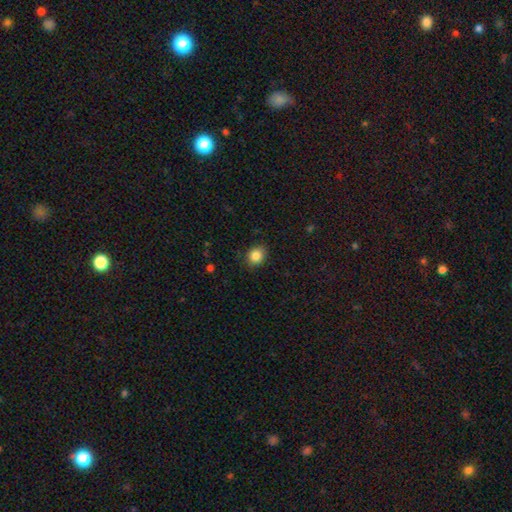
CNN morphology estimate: Smooth or featured? Predicted: smooth (p=0.85). How rounded? Predicted: round (p=0.68). Merging? Predicted: none (p=0.86).